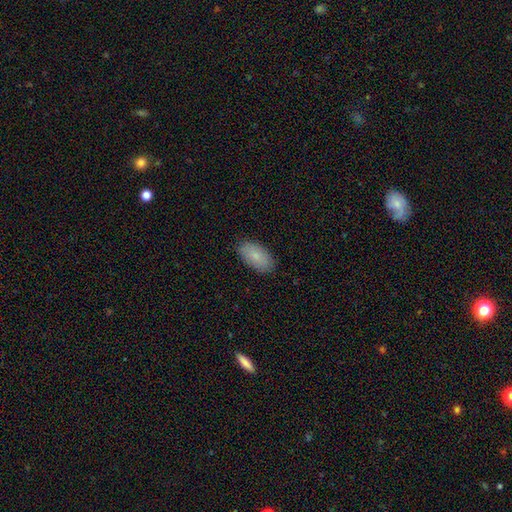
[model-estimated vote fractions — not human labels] Smooth or featured?
  - smooth: 83% *
  - featured or disk: 10%
  - star or artifact: 6%
How rounded?
  - in between: 94% *
  - cigar-shaped: 3%
  - round: 3%
Merging?
  - none: 87% *
  - minor disturbance: 10%
  - major disturbance: 2%
  - merger: 1%